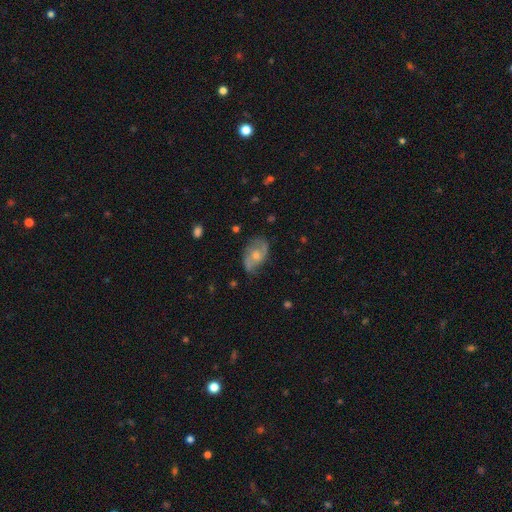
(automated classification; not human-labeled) Morphology: type=featured or disk (66%); edge-on=no (96%); bar=no (64%); spiral arms=yes (87%); winding=loose (45%); arm count=2 (84%); bulge=moderate (54%); merging=none (62%).